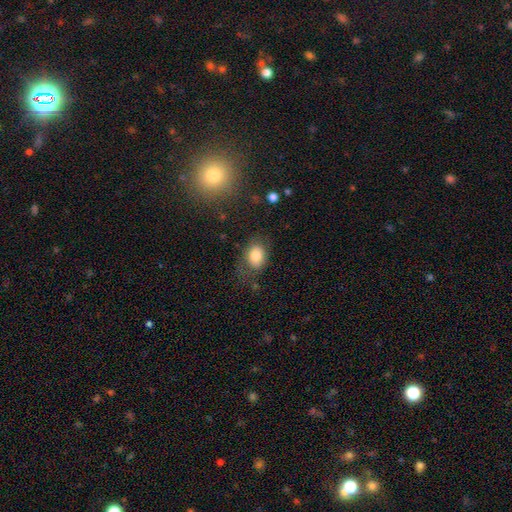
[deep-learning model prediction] Q: Smooth or featured?
A: smooth (80%); runner-up: featured or disk (11%)
Q: How rounded?
A: in between (63%); runner-up: round (36%)
Q: Merging?
A: none (63%); runner-up: minor disturbance (22%)